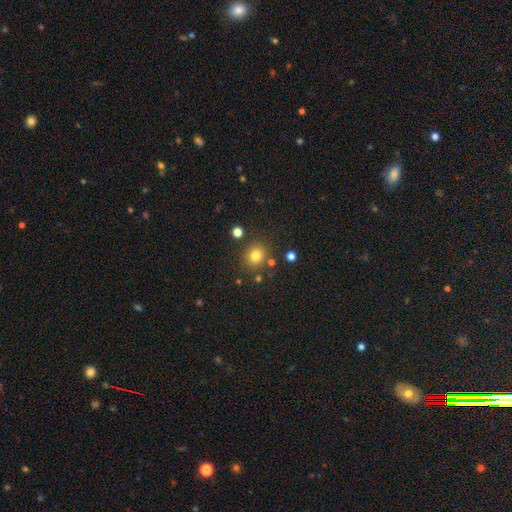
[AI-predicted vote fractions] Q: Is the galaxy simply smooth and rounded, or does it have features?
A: smooth — 79%.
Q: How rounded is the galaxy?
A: round — 81%.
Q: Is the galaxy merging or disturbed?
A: none — 82%.